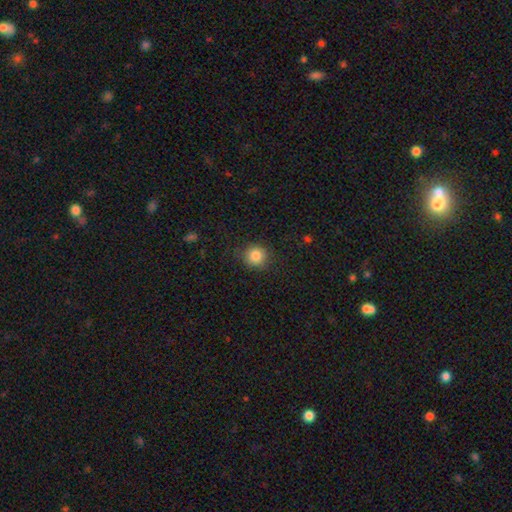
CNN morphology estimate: smooth 84%, star or artifact 10%, featured or disk 5%. Down the decision tree: how rounded — round (90%); merging — none (85%).